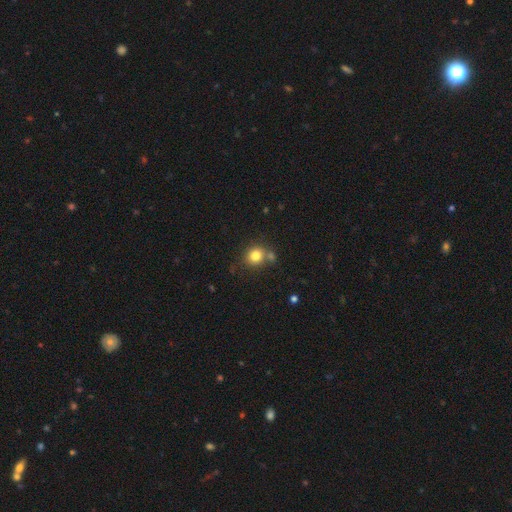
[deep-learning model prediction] smooth-or-featured: smooth: 80% | star or artifact: 12% | featured or disk: 8%
  how-rounded: round: 80% | in between: 19% | cigar-shaped: 1%
  merging: none: 67% | merger: 18% | minor disturbance: 11% | major disturbance: 4%